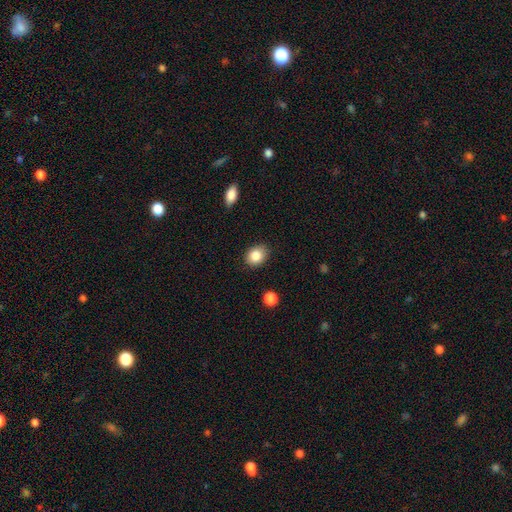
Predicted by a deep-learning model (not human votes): The model was most divided on "how rounded": in between: 53%, round: 46%, cigar-shaped: 1%. More confident: merging — none (86%); smooth or featured — smooth (85%).